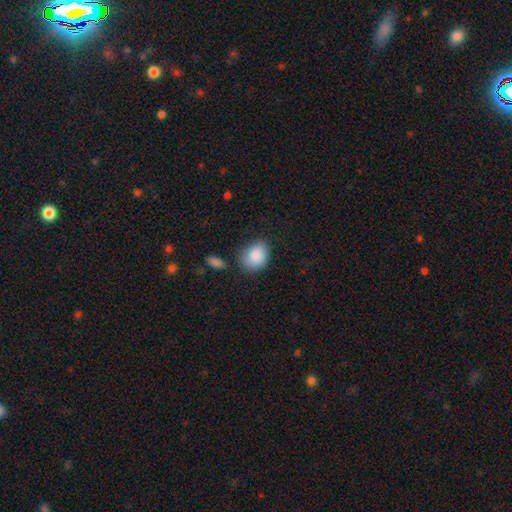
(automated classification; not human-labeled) This is clearly a smooth galaxy (88%). How rounded: likely in between (62%). Merging: likely none (68%).